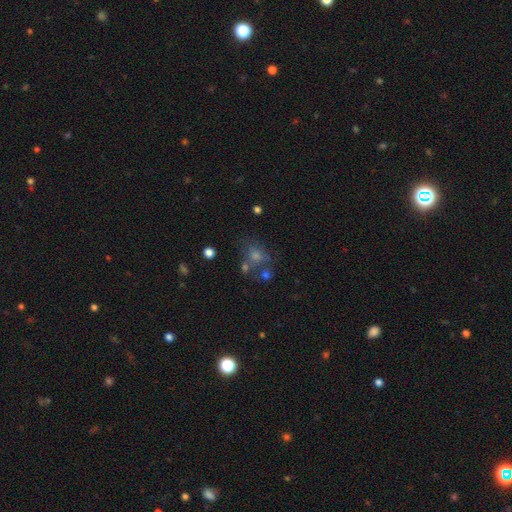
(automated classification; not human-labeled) The model was most divided on "smooth or featured": smooth: 48%, star or artifact: 32%, featured or disk: 19%. More confident: merging — none (55%).